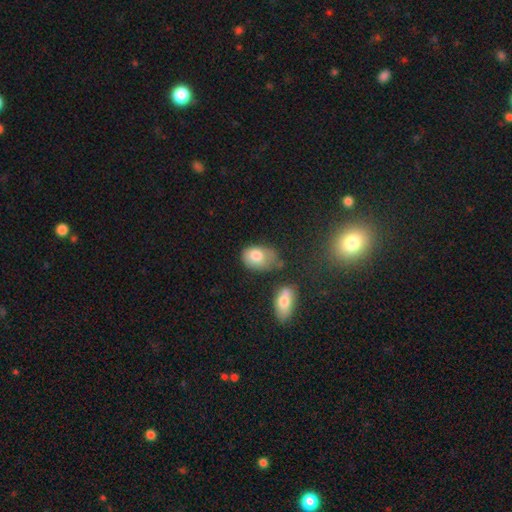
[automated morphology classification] The model was most divided on "merging": minor disturbance: 36%, none: 33%, major disturbance: 18%, merger: 13%. More confident: how rounded — in between (82%); smooth or featured — smooth (76%).